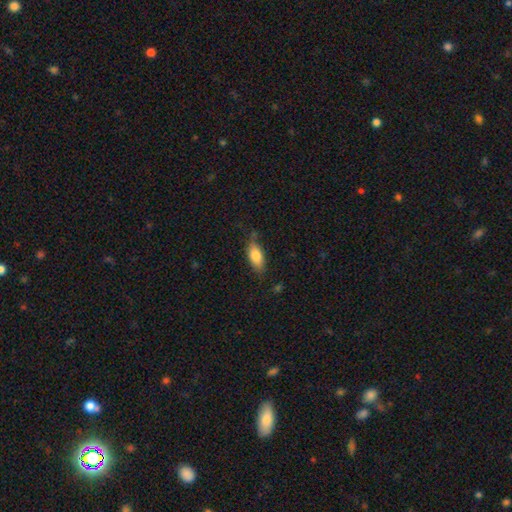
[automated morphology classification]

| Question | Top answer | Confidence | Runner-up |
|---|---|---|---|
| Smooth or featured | smooth | 79% | featured or disk (14%) |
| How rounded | in between | 84% | cigar-shaped (13%) |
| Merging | none | 68% | minor disturbance (24%) |